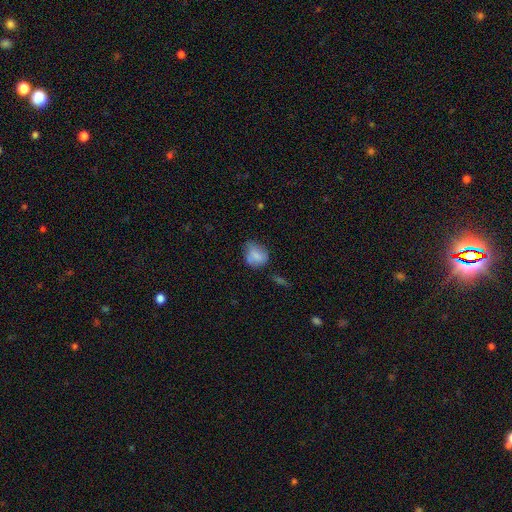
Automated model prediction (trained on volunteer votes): Morphology: type=smooth (75%); roundness=round (57%); merging=none (48%).